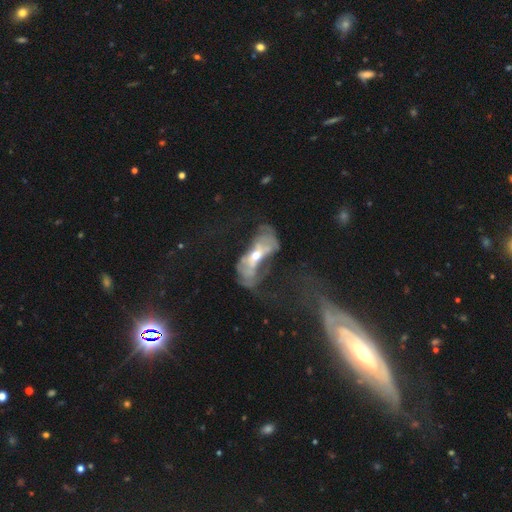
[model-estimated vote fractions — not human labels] This appears to be a featured or disk galaxy (70%) with no bar (60%), no spiral arms (53%) and a moderate central bulge (55%). Merging: major disturbance (45%).